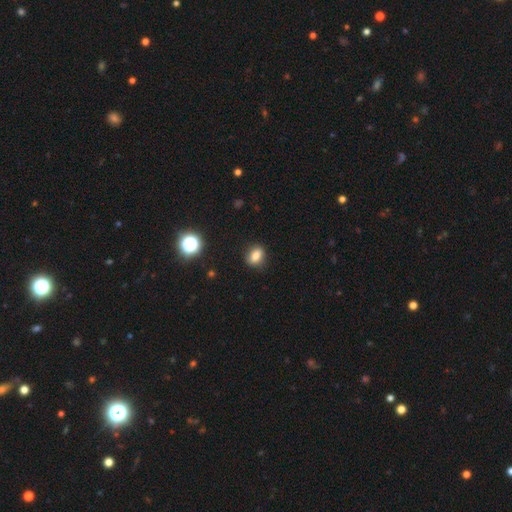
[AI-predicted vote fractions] Smooth or featured?
  - smooth: 82% *
  - star or artifact: 12%
  - featured or disk: 6%
How rounded?
  - in between: 61% *
  - round: 37%
  - cigar-shaped: 2%
Merging?
  - none: 84% *
  - minor disturbance: 11%
  - major disturbance: 3%
  - merger: 1%